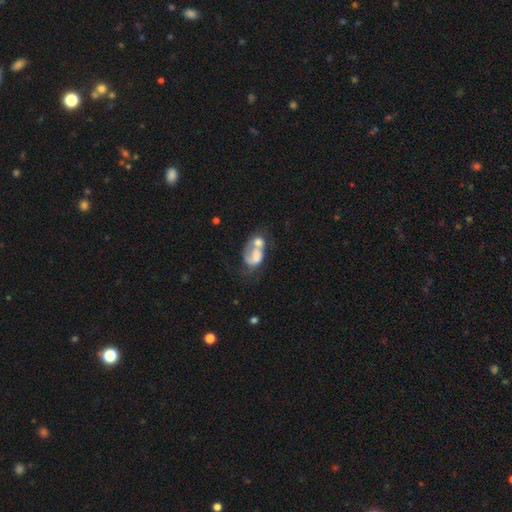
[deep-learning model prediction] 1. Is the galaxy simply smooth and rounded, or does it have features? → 47% smooth, 45% featured or disk, 9% star or artifact.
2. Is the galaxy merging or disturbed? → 57% merger, 19% major disturbance, 14% none, 10% minor disturbance.